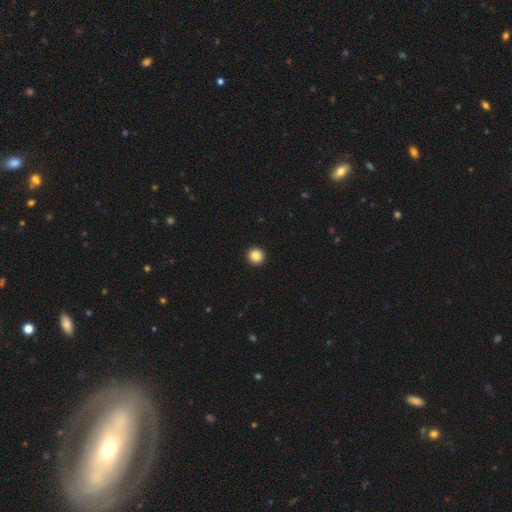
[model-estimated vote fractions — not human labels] Smooth or featured? Predicted: smooth (p=0.87). How rounded? Predicted: round (p=0.96). Merging? Predicted: none (p=0.94).